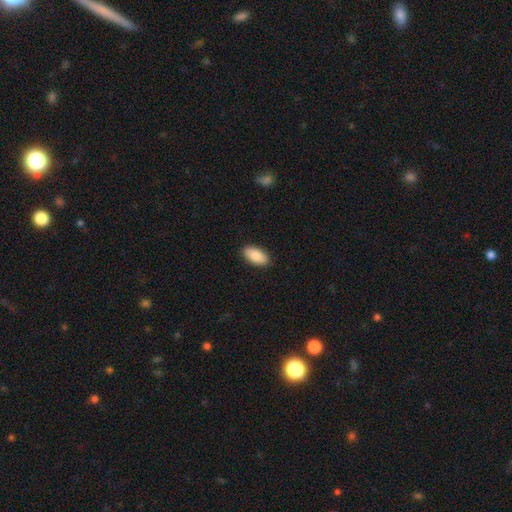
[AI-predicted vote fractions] The model was most divided on "smooth or featured": smooth: 87%, featured or disk: 7%, star or artifact: 6%. More confident: how rounded — in between (94%); merging — none (90%).